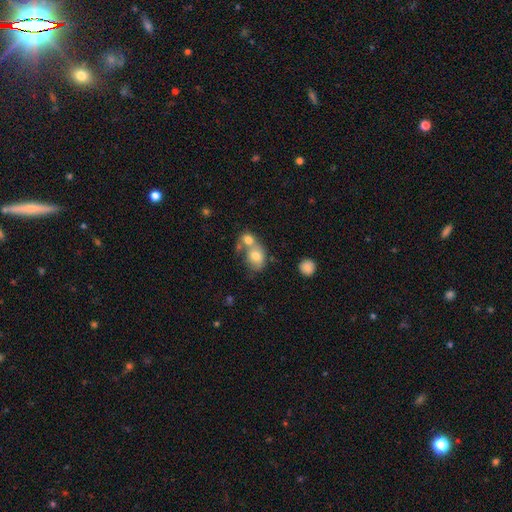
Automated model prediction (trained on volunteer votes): The model was most divided on "how rounded": in between: 56%, round: 43%, cigar-shaped: 1%. More confident: smooth or featured — smooth (73%); merging — merger (58%).